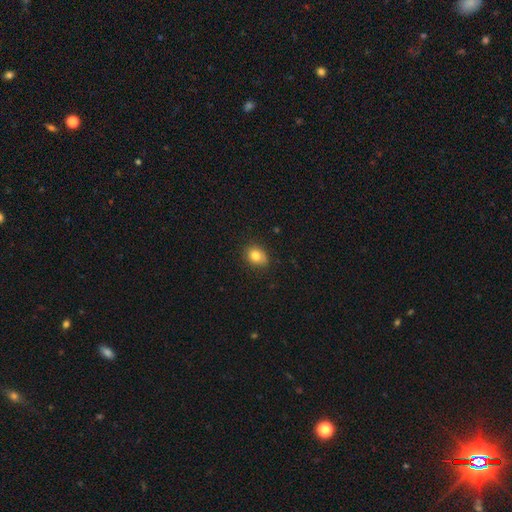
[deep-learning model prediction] The model was most divided on "how rounded": in between: 50%, round: 49%, cigar-shaped: 1%. More confident: smooth or featured — smooth (82%); merging — none (77%).